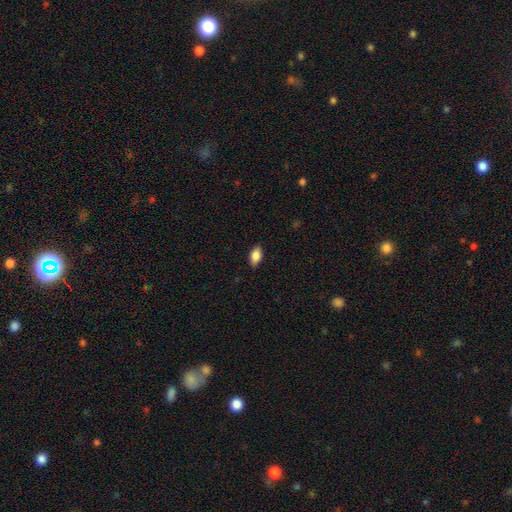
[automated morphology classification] Smooth or featured?
  - smooth: 87% *
  - star or artifact: 7%
  - featured or disk: 6%
How rounded?
  - in between: 91% *
  - round: 5%
  - cigar-shaped: 4%
Merging?
  - none: 87% *
  - minor disturbance: 10%
  - major disturbance: 2%
  - merger: 1%